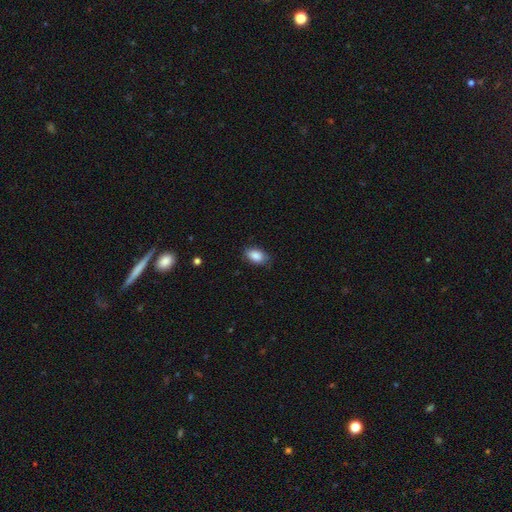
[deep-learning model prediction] smooth-or-featured: smooth: 87% | star or artifact: 7% | featured or disk: 6%
  how-rounded: in between: 90% | round: 8% | cigar-shaped: 2%
  merging: none: 77% | minor disturbance: 18% | major disturbance: 3% | merger: 1%